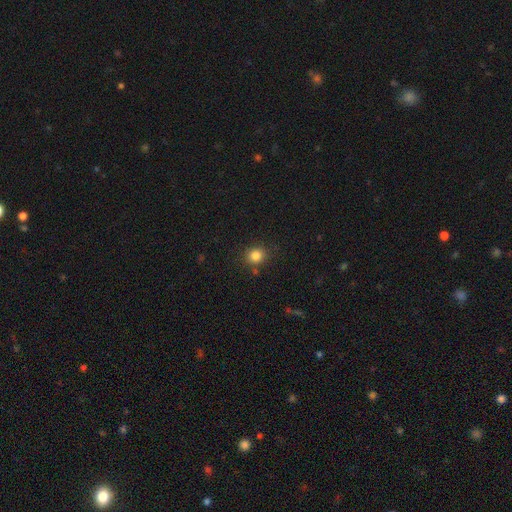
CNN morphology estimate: Overall: smooth (83%). How rounded: round (84%). Merging: none (85%).